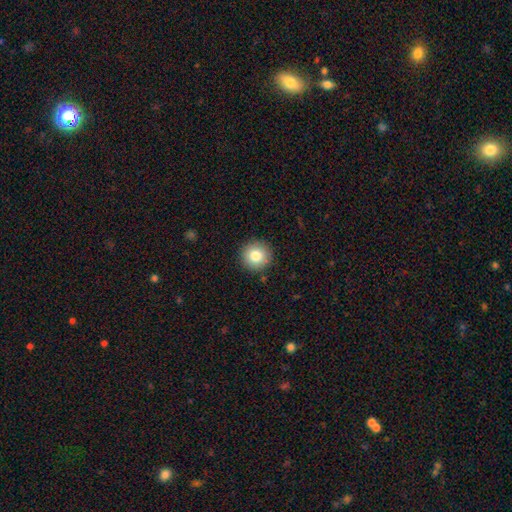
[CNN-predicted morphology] Smooth or featured? smooth (82%)
How rounded? round (95%)
Merging? none (91%)